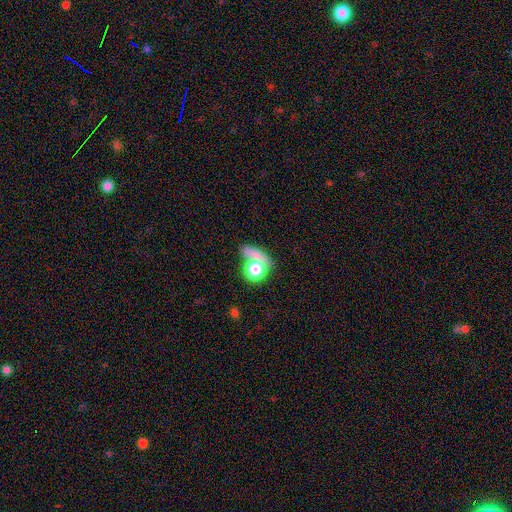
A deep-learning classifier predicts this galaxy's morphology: Smooth or featured? Predicted: smooth (p=0.71). How rounded? Predicted: round (p=0.55). Merging? Predicted: merger (p=0.38).